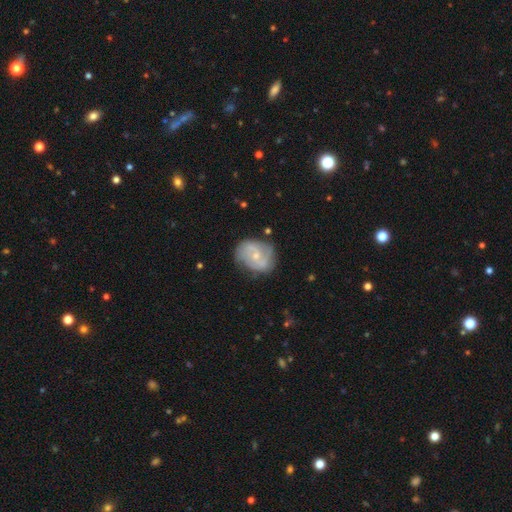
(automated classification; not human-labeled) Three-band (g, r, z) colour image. It shows a featured or disk galaxy (71%) with no bar (54%), 2 (66%) medium (44%) spiral arms (86%) and a small central bulge (62%). Merging: none (67%).